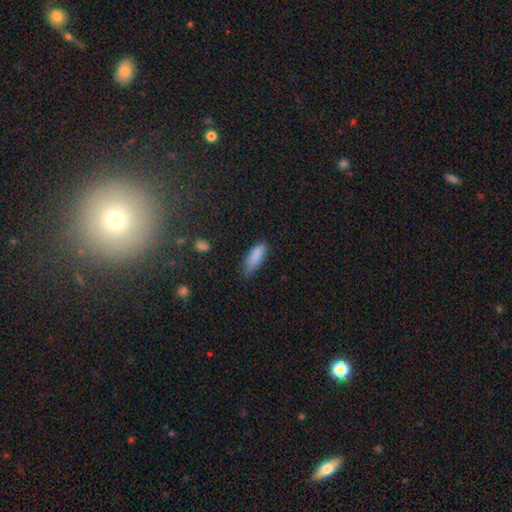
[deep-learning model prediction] Overall: smooth (86%). How rounded: in between (63%; cigar-shaped 35%). Merging: none (58%; minor disturbance 33%).